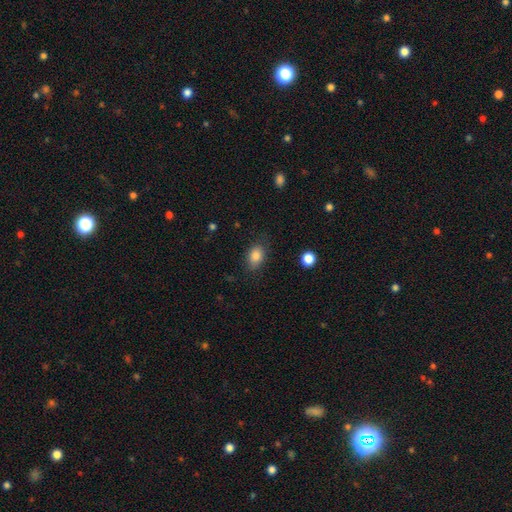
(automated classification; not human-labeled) This is clearly a smooth galaxy (84%). How rounded: likely in between (79%). Merging: clearly none (80%).